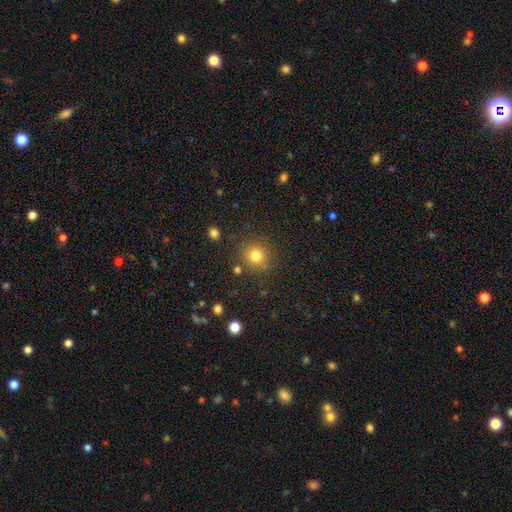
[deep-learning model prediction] Smooth or featured?
  - smooth: 81% *
  - star or artifact: 13%
  - featured or disk: 6%
How rounded?
  - round: 92% *
  - in between: 8%
  - cigar-shaped: 1%
Merging?
  - none: 85% *
  - minor disturbance: 8%
  - merger: 4%
  - major disturbance: 3%